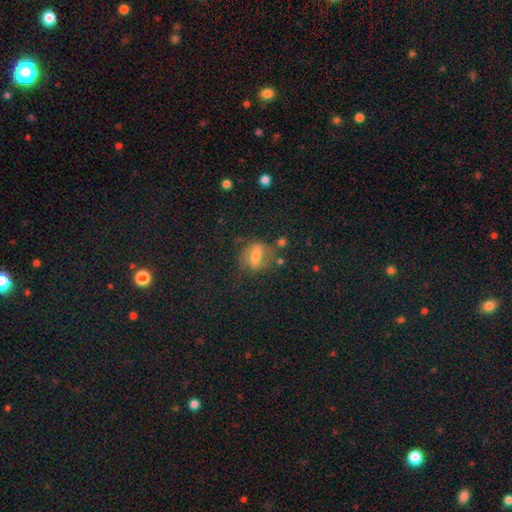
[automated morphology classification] type=featured or disk (42%); merging=none (59%).